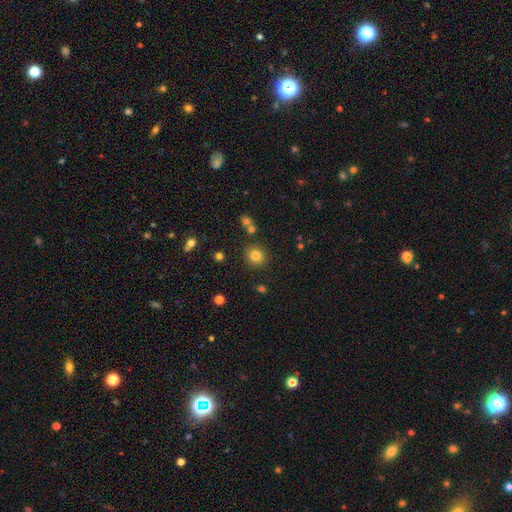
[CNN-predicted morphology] A smooth galaxy with no disk features (80%) that is round (87%).

Vote fractions:
- Smooth or featured? smooth: 80% / star or artifact: 13% / featured or disk: 7%
- How rounded? round: 87% / in between: 12% / cigar-shaped: 1%
- Merging? none: 85% / minor disturbance: 8% / merger: 5% / major disturbance: 3%